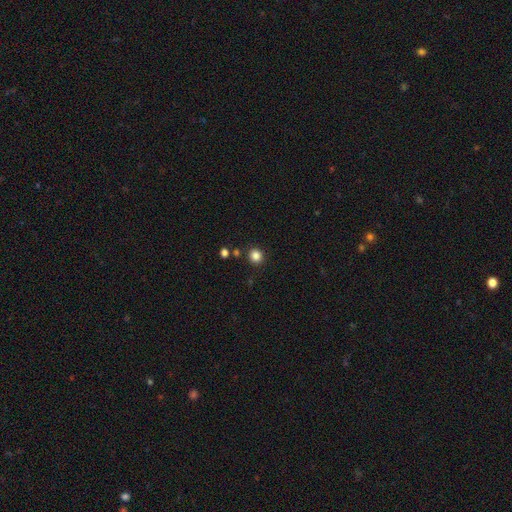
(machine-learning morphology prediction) The model was most divided on "smooth or featured": smooth: 84%, star or artifact: 12%, featured or disk: 4%. More confident: how rounded — round (90%); merging — none (88%).